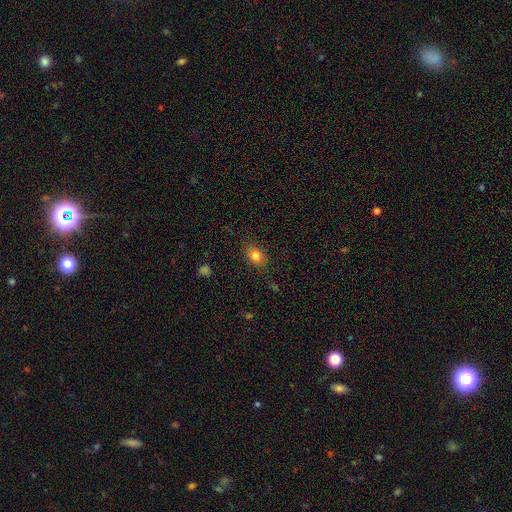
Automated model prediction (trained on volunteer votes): smooth-or-featured: smooth: 82% | star or artifact: 11% | featured or disk: 7%
  how-rounded: in between: 72% | round: 26% | cigar-shaped: 2%
  merging: none: 82% | minor disturbance: 13% | major disturbance: 4% | merger: 1%